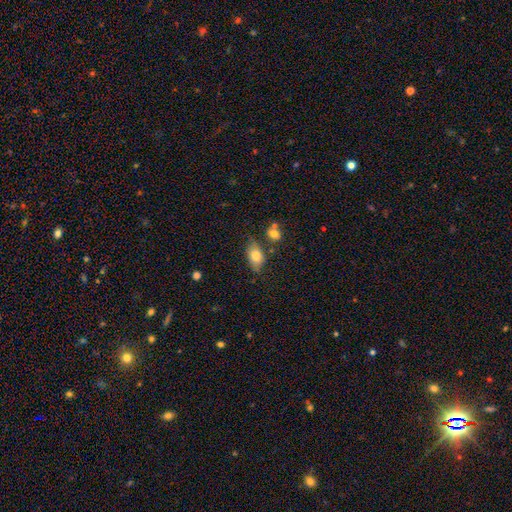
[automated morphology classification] This is likely a smooth galaxy (79%). How rounded: clearly in between (87%). Merging: likely none (67%).